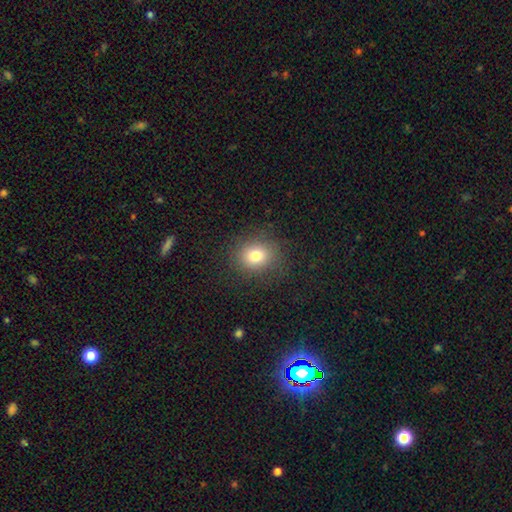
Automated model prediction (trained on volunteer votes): This appears to be a smooth galaxy with no disk features (78%) that is round (68%). Merging: none (86%).